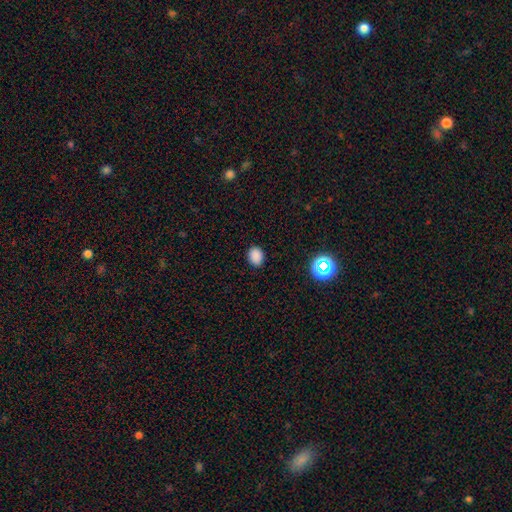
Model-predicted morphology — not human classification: Smooth or featured? smooth (85%)
How rounded? in between (57%)
Merging? none (88%)